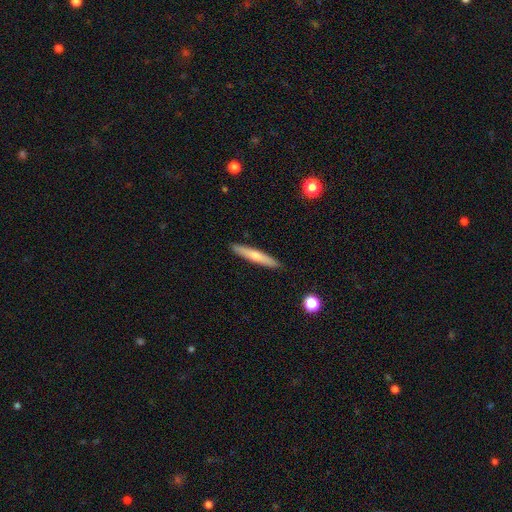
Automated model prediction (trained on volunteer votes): This appears to be a smooth galaxy with no disk features (61%) that is cigar-shaped (93%). Merging: none (91%).